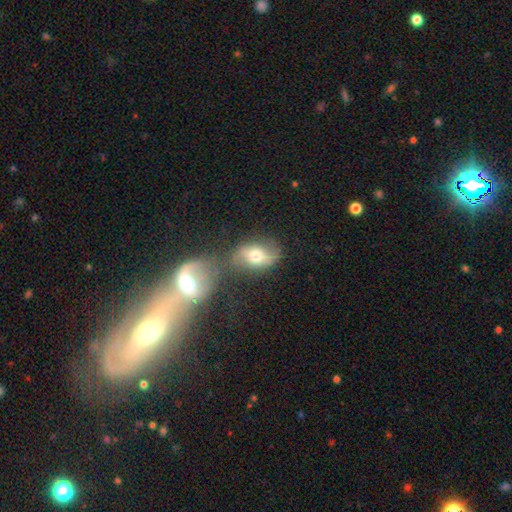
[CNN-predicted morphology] This is possibly a featured or disk galaxy (48%). Merging: marginally none (44%).